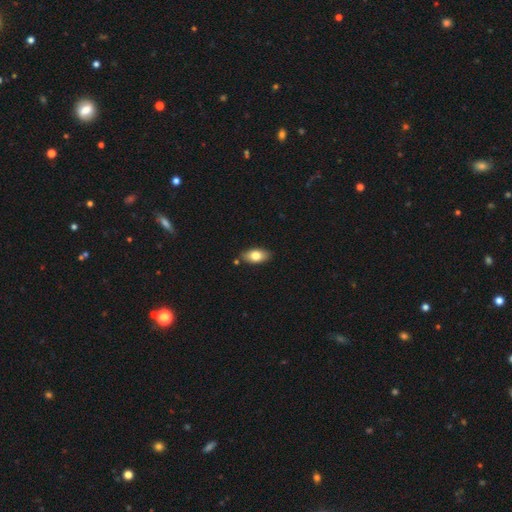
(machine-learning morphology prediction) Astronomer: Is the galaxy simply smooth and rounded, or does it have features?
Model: smooth — 78%.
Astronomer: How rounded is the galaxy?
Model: in between — 91%.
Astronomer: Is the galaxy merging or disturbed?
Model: none — 82%.